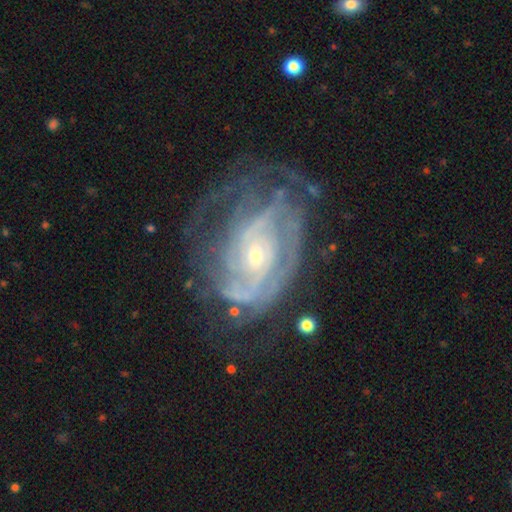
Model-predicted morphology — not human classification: This appears to be a featured or disk galaxy (85%) with no bar (68%), tight (63%) spiral arms (90%) and a small central bulge (65%). Merging: none (55%).